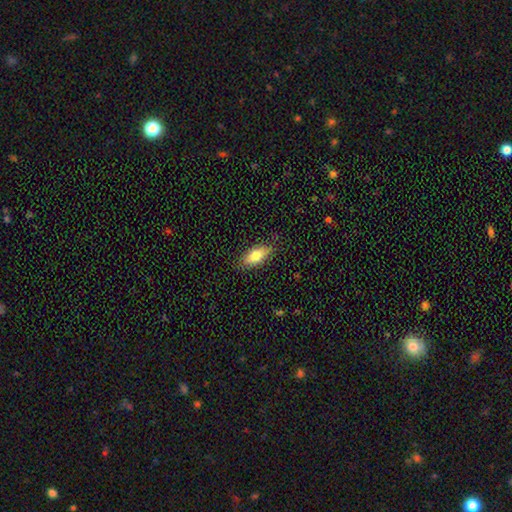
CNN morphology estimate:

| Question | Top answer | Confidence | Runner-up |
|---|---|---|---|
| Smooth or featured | smooth | 76% | featured or disk (17%) |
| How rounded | in between | 81% | cigar-shaped (16%) |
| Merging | none | 83% | minor disturbance (13%) |